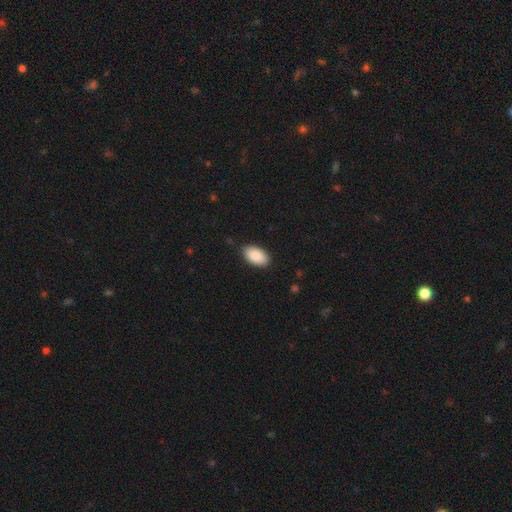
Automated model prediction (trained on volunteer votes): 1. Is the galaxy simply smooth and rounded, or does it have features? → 91% smooth, 6% star or artifact, 3% featured or disk.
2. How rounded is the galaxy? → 95% in between, 3% round, 2% cigar-shaped.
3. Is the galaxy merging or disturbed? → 87% none, 10% minor disturbance, 2% major disturbance, 1% merger.